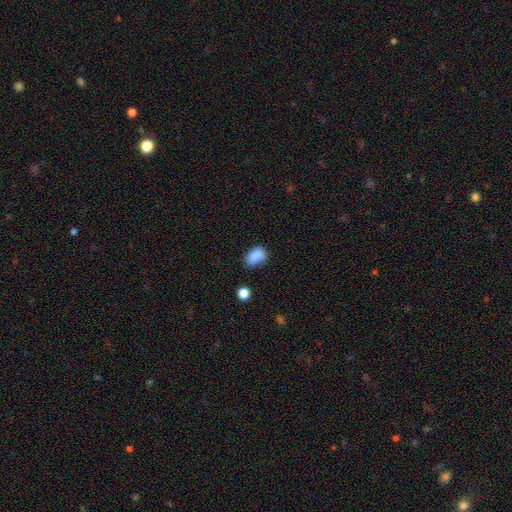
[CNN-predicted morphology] Smooth or featured: smooth — 84% (star or artifact — 10%)
How rounded: in between — 81% (round — 17%)
Merging: none — 60% (minor disturbance — 27%)